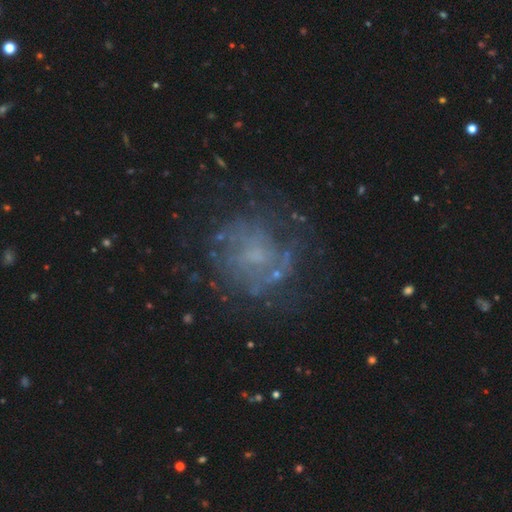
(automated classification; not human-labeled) smooth-or-featured: featured or disk: 63% | smooth: 20% | star or artifact: 17%
  disk-edge-on: no: 98% | yes: 2%
    bar: no: 76% | weak: 20% | strong: 4%
    has-spiral-arms: yes: 58% | no: 42%
    bulge-size: small: 46% | none: 32% | moderate: 19% | large: 2% | dominant: 1%
  merging: none: 67% | minor disturbance: 16% | major disturbance: 14% | merger: 3%